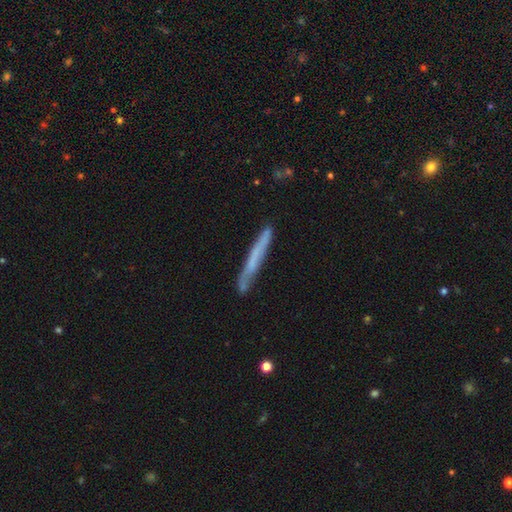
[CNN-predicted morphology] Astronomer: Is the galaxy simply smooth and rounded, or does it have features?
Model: smooth — 51% (runner-up: featured or disk, 42%).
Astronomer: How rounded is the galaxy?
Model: cigar-shaped — 97%.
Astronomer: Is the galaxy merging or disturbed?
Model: none — 81%.